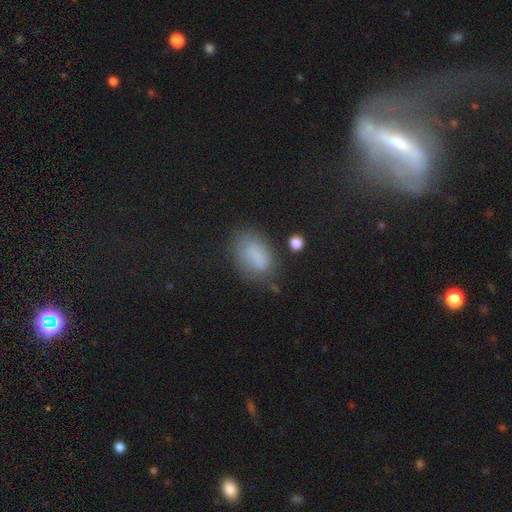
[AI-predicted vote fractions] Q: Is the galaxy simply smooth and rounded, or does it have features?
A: smooth — 76%.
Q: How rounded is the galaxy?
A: in between — 87%.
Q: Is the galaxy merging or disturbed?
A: none — 59%.